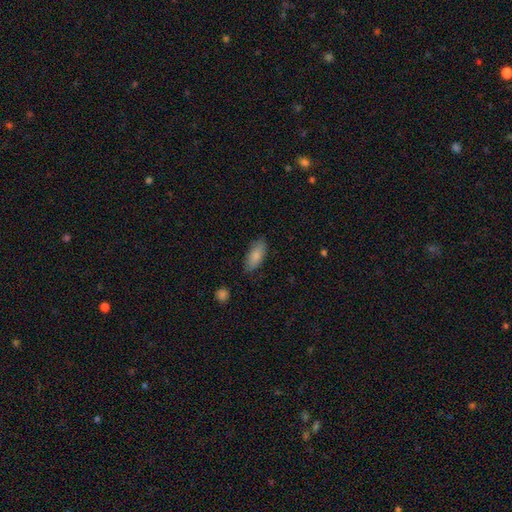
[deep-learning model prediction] A smooth galaxy with no disk features (84%) that is in between round and cigar-shaped (84%).

Vote fractions:
- Smooth or featured? smooth: 84% / featured or disk: 9% / star or artifact: 6%
- How rounded? in between: 84% / cigar-shaped: 14% / round: 2%
- Merging? none: 81% / minor disturbance: 15% / major disturbance: 3% / merger: 1%